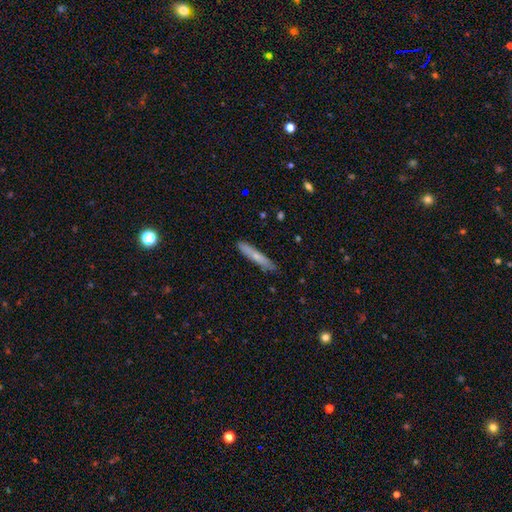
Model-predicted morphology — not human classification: Smooth or featured? Predicted: smooth (p=0.67). How rounded? Predicted: cigar-shaped (p=0.94). Merging? Predicted: none (p=0.86).